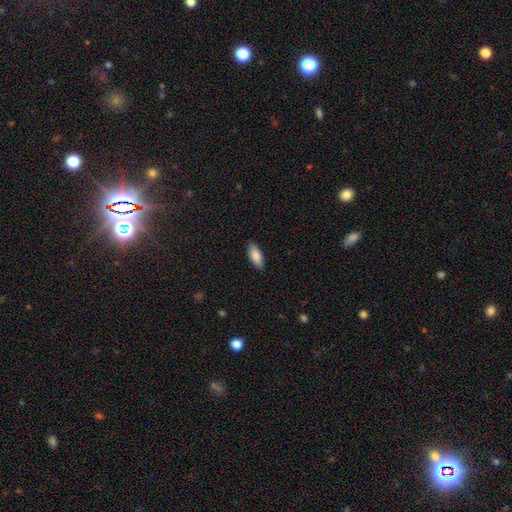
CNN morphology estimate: The model was most divided on "how rounded": in between: 78%, cigar-shaped: 20%, round: 2%. More confident: merging — none (88%); smooth or featured — smooth (87%).